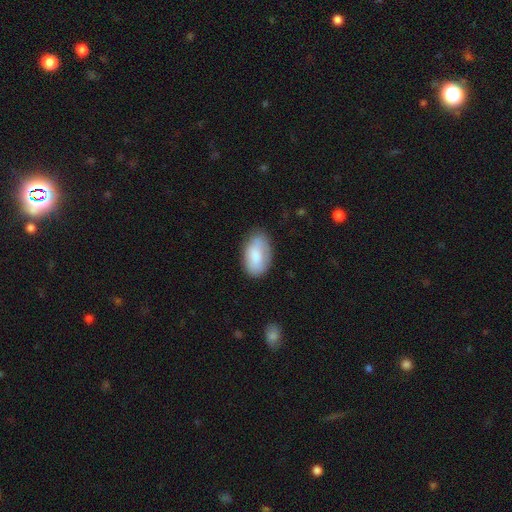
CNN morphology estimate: Smooth or featured: smooth — 79% (featured or disk — 14%)
How rounded: in between — 94% (round — 4%)
Merging: none — 70% (minor disturbance — 22%)